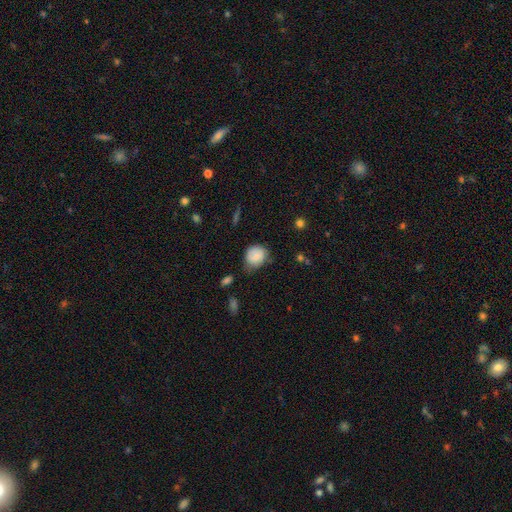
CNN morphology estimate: A smooth galaxy with no disk features (79%) that is round (68%).

Vote fractions:
- Smooth or featured? smooth: 79% / featured or disk: 13% / star or artifact: 8%
- How rounded? round: 68% / in between: 31% / cigar-shaped: 1%
- Merging? none: 53% / minor disturbance: 35% / major disturbance: 9% / merger: 2%